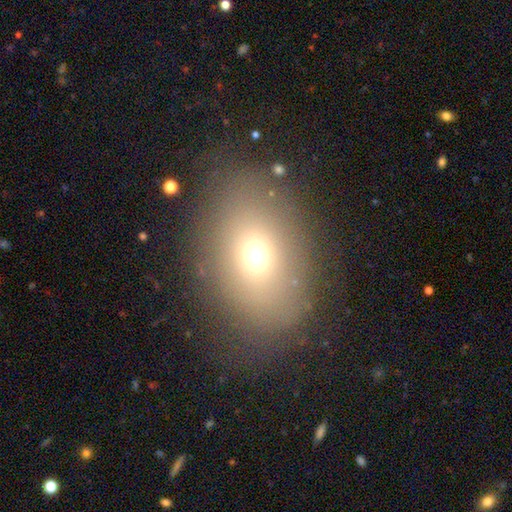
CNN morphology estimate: This is likely a smooth galaxy (67%). How rounded: likely in between (70%). Merging: likely none (74%).